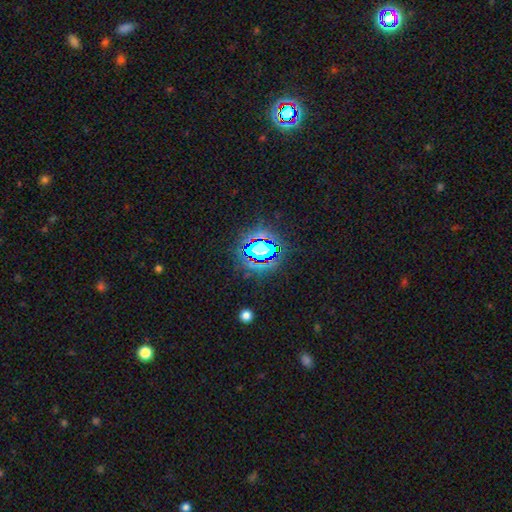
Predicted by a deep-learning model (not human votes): smooth_or_featured: star or artifact (p=0.79) [alt: smooth p=0.13]